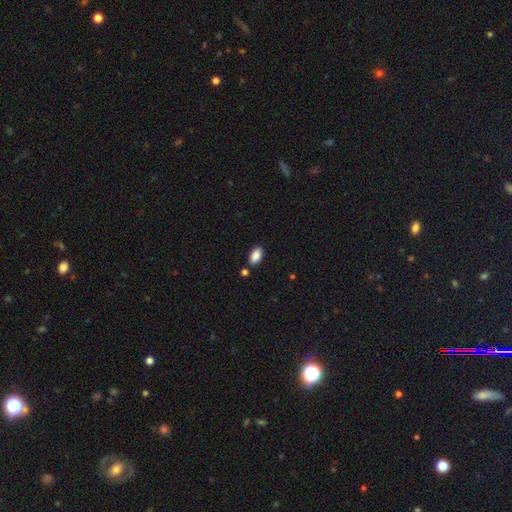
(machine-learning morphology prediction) type=smooth (89%); roundness=in between (94%); merging=none (82%).